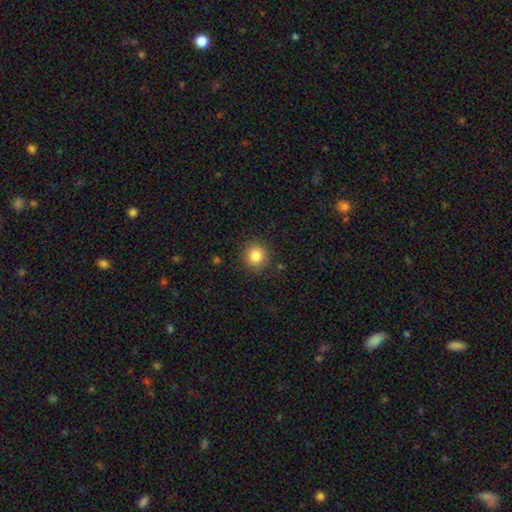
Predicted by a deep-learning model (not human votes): Smooth or featured? smooth (85%)
How rounded? round (91%)
Merging? none (88%)